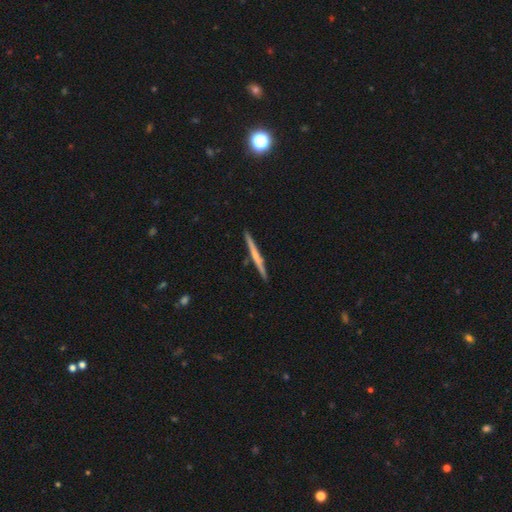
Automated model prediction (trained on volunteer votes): This is possibly a featured or disk galaxy (57%). It is clearly viewed edge-on (98%). Edge-on bulge: possibly none (54%). Merging: clearly none (91%).